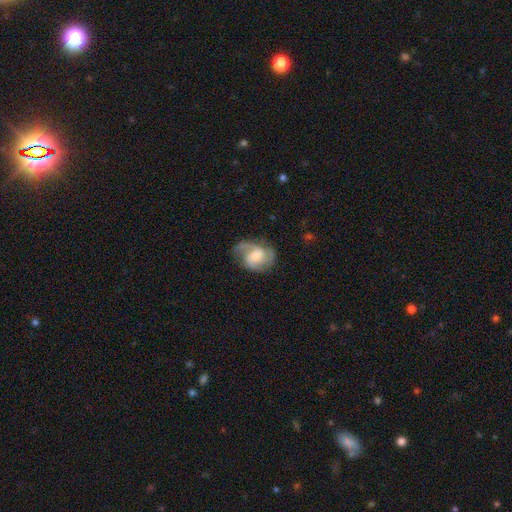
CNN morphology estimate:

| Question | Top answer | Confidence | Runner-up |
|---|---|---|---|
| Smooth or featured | featured or disk | 69% | smooth (24%) |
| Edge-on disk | no | 97% | yes (3%) |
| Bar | no | 53% | weak (39%) |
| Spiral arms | yes | 92% | no (8%) |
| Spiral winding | medium | 49% | loose (26%) |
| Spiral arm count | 2 | 60% | 3 (14%) |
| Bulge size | moderate | 49% | small (32%) |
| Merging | none | 57% | minor disturbance (25%) |